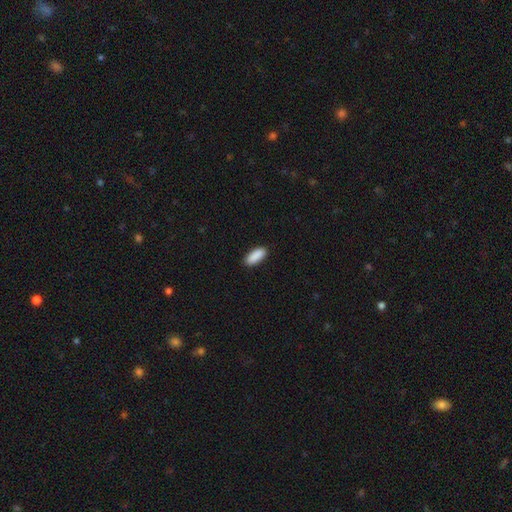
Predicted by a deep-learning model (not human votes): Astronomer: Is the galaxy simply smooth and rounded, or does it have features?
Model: smooth — 91%.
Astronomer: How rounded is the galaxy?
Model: in between — 79%.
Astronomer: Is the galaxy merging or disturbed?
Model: none — 89%.